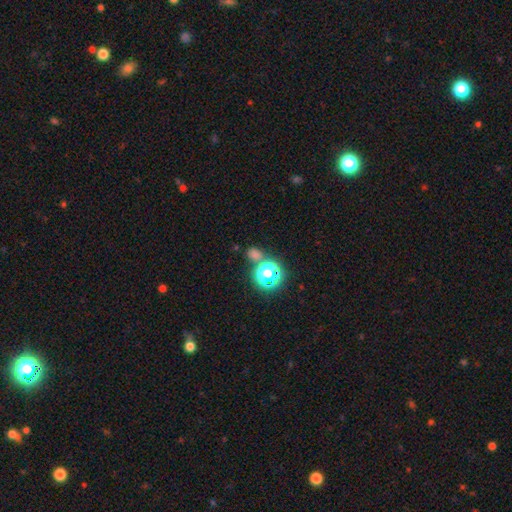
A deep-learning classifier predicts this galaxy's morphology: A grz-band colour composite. It shows a star or artifact, not a galaxy (50%).